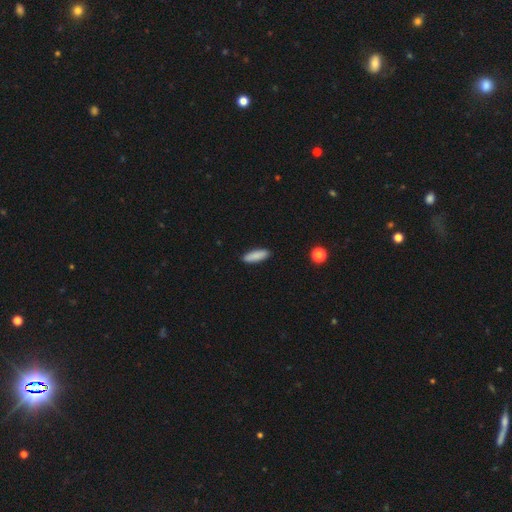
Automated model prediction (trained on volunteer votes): Smooth or featured? Predicted: smooth (p=0.88). How rounded? Predicted: in between (p=0.50). Merging? Predicted: none (p=0.90).